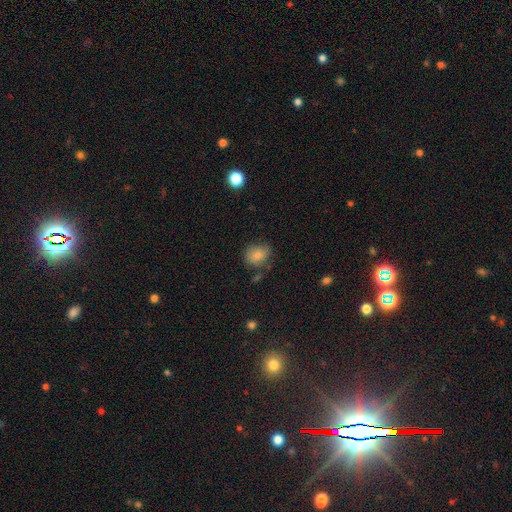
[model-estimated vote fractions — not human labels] smooth 72%, featured or disk 16%, star or artifact 12%. Down the decision tree: how rounded — round (59%); merging — none (64%).